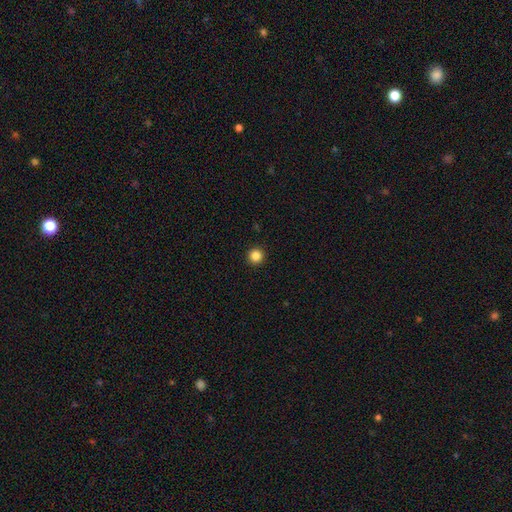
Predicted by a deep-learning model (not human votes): This appears to be a smooth galaxy with no disk features (85%) that is round (96%). Merging: none (93%).